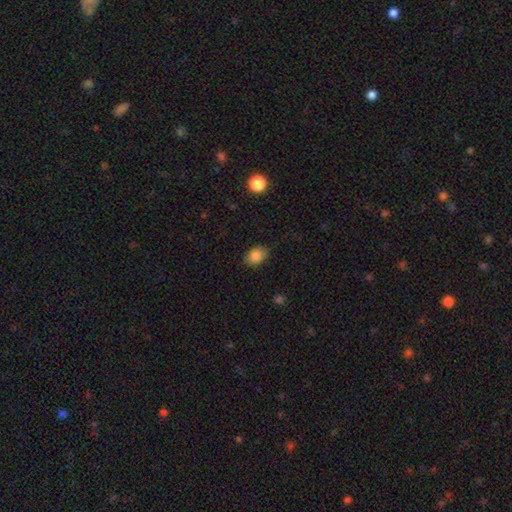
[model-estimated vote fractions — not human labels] The model was most divided on "how rounded": in between: 72%, round: 27%, cigar-shaped: 1%. More confident: smooth or featured — smooth (86%); merging — none (79%).